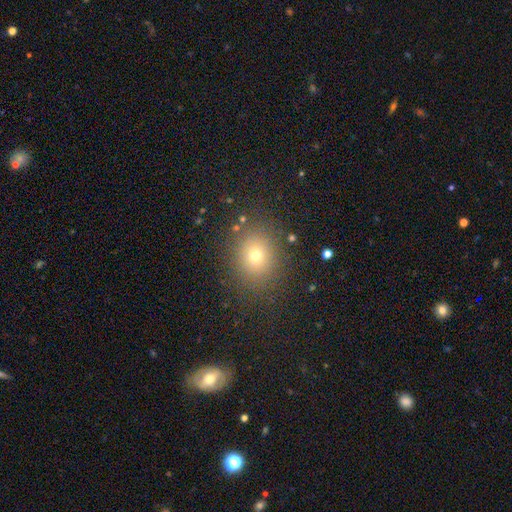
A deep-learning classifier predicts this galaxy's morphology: smooth_or_featured: smooth (p=0.72) [alt: star or artifact p=0.18]
how_rounded: round (p=0.70) [alt: in between p=0.29]
merging: none (p=0.85) [alt: minor disturbance p=0.09]